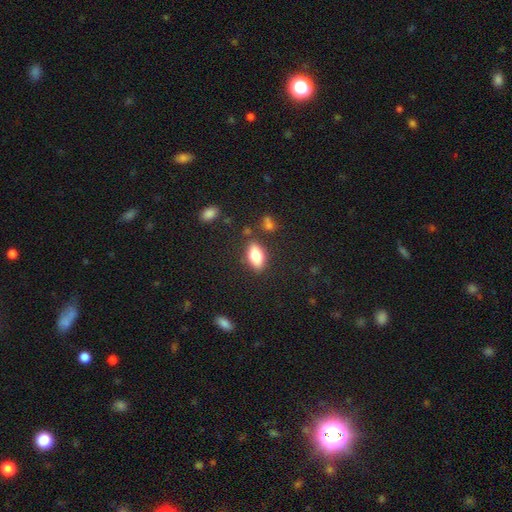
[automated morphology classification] A smooth galaxy with no disk features (78%) that is in between round and cigar-shaped (86%). Merging: none (82%).